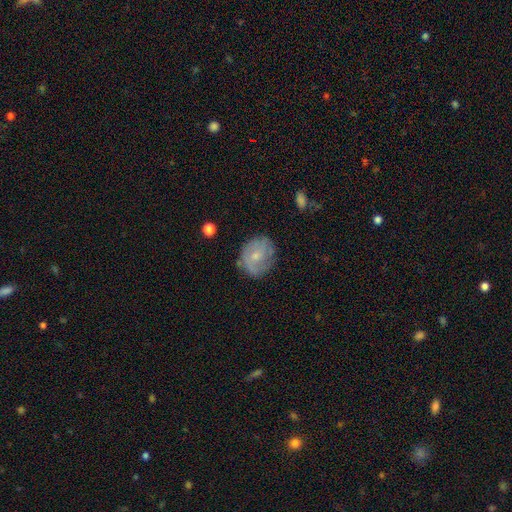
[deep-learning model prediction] This appears to be a featured or disk galaxy (47%). Merging: none (68%).